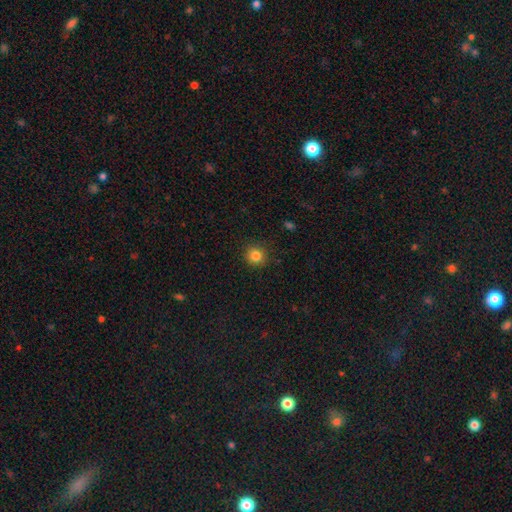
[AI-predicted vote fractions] smooth_or_featured: smooth (p=0.84) [alt: star or artifact p=0.12]
how_rounded: round (p=0.91) [alt: in between p=0.08]
merging: none (p=0.90) [alt: minor disturbance p=0.07]